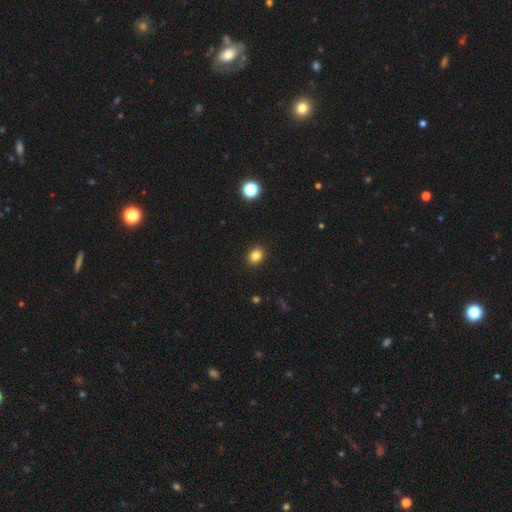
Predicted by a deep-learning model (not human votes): Morphology: type=smooth (84%); roundness=in between (50%); merging=none (91%).